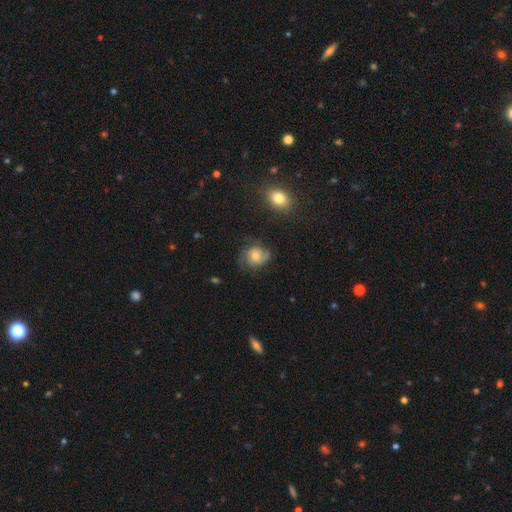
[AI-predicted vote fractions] This appears to be a smooth galaxy with no disk features (47%). Merging: none (59%).